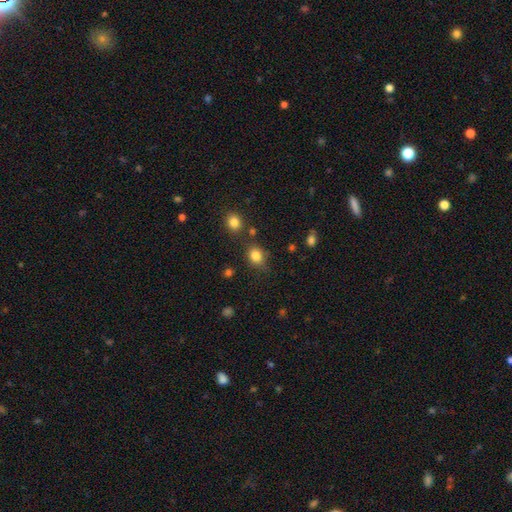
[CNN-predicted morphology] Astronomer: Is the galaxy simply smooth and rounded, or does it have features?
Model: smooth — 82%.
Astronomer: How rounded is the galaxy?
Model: round — 59% (runner-up: in between, 40%).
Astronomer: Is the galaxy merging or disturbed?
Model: none — 70%.